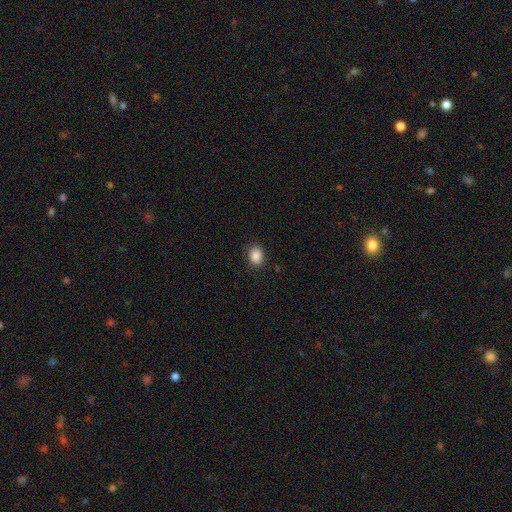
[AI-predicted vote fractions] Smooth or featured: smooth — 88% (star or artifact — 9%)
How rounded: in between — 67% (round — 32%)
Merging: none — 84% (minor disturbance — 12%)